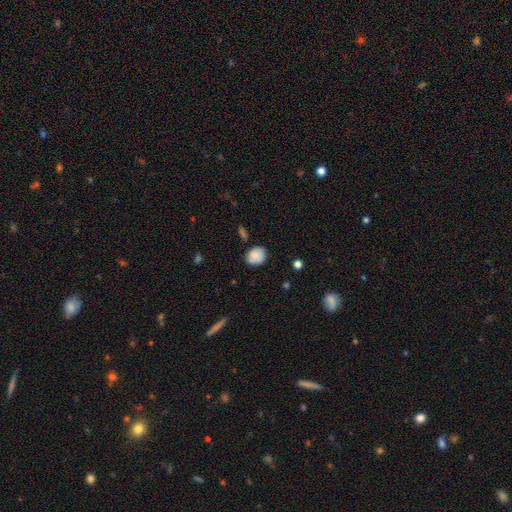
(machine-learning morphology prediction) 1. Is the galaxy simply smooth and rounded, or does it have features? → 78% smooth, 14% featured or disk, 8% star or artifact.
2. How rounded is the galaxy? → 63% round, 36% in between, 1% cigar-shaped.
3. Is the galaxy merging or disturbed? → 72% none, 21% minor disturbance, 4% major disturbance, 3% merger.